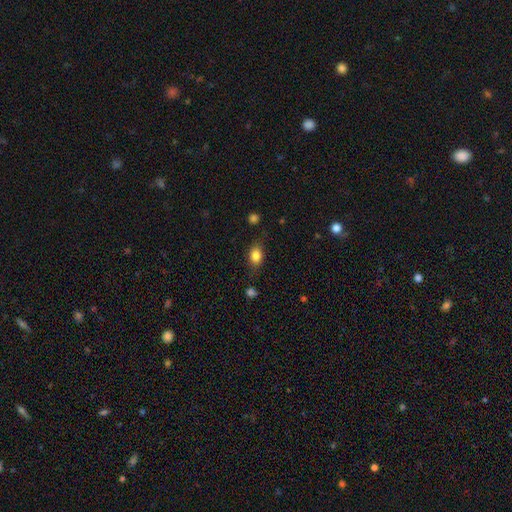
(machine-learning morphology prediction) A smooth galaxy with no disk features (83%) that is in between round and cigar-shaped (69%).

Vote fractions:
- Smooth or featured? smooth: 83% / star or artifact: 9% / featured or disk: 8%
- How rounded? in between: 69% / round: 29% / cigar-shaped: 2%
- Merging? none: 73% / minor disturbance: 19% / major disturbance: 6% / merger: 2%